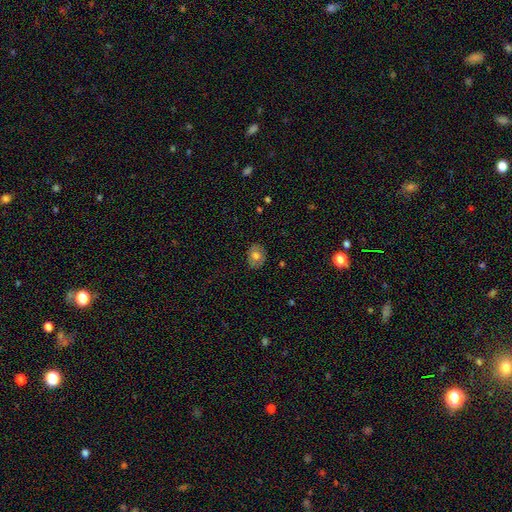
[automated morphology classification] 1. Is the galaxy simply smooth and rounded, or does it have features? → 69% smooth, 22% featured or disk, 9% star or artifact.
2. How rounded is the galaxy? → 50% in between, 49% round, 1% cigar-shaped.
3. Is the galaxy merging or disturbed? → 83% none, 13% minor disturbance, 3% major disturbance, 1% merger.